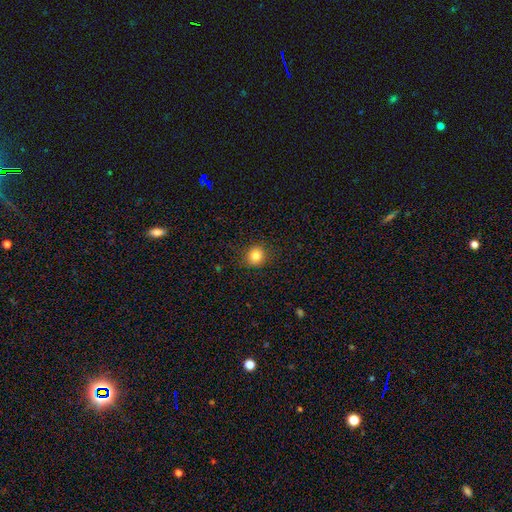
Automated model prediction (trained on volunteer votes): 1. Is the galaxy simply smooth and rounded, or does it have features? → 83% smooth, 12% star or artifact, 6% featured or disk.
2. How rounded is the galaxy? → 88% round, 11% in between, 1% cigar-shaped.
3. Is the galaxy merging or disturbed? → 88% none, 8% minor disturbance, 3% major disturbance, 1% merger.